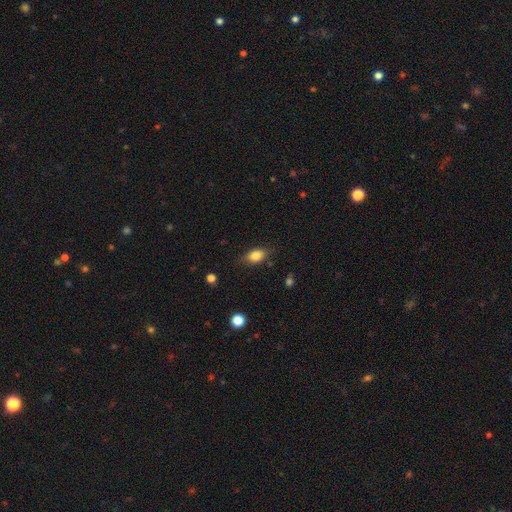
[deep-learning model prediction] Smooth or featured?
  - smooth: 80% *
  - featured or disk: 11%
  - star or artifact: 8%
How rounded?
  - in between: 83% *
  - round: 12%
  - cigar-shaped: 5%
Merging?
  - none: 76% *
  - minor disturbance: 19%
  - major disturbance: 4%
  - merger: 1%